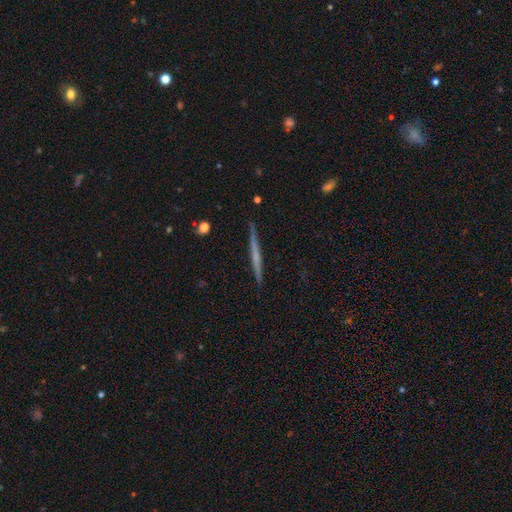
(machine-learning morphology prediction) Smooth or featured: featured or disk — 59% (smooth — 35%)
Edge-on disk: yes — 98% (no — 2%)
Edge-on bulge: none — 78% (rounded — 16%)
Merging: none — 91% (minor disturbance — 7%)